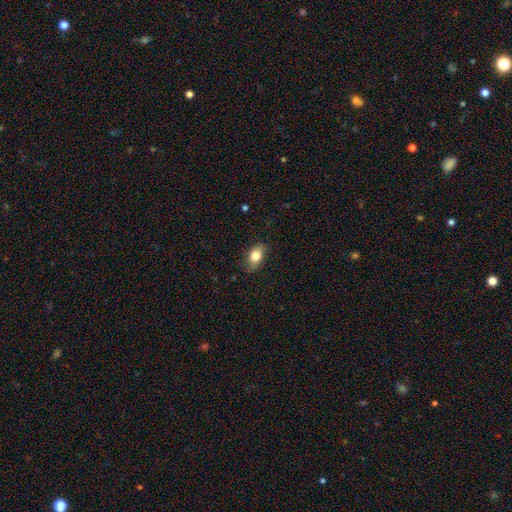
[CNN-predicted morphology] Smooth or featured: smooth — 77% (featured or disk — 14%)
How rounded: in between — 81% (round — 15%)
Merging: none — 79% (minor disturbance — 16%)